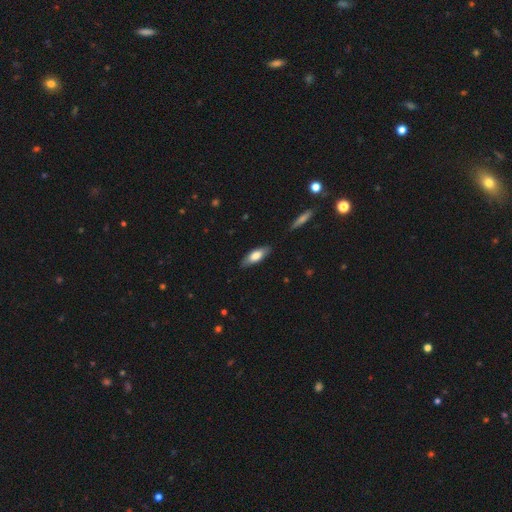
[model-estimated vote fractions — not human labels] smooth-or-featured: smooth: 72% | featured or disk: 23% | star or artifact: 6%
  how-rounded: in between: 65% | cigar-shaped: 33% | round: 2%
  merging: none: 85% | minor disturbance: 12% | major disturbance: 2% | merger: 1%